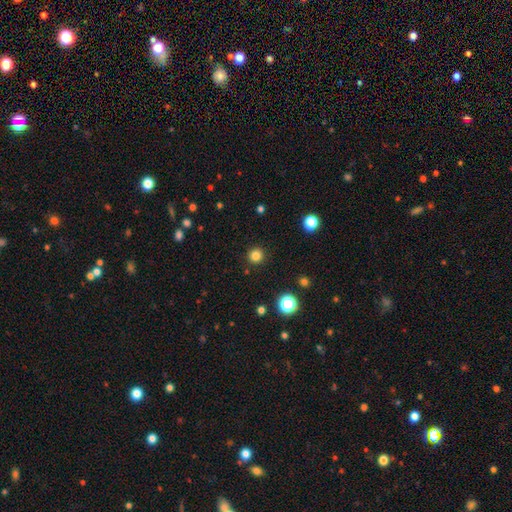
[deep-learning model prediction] Overall: smooth (83%). How rounded: round (95%). Merging: none (92%).